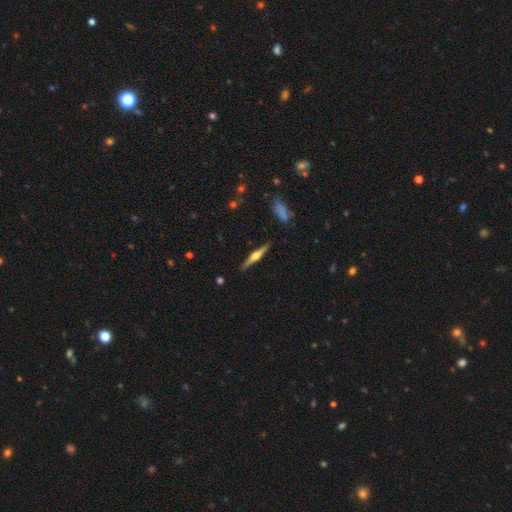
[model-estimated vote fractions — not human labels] This is likely a featured or disk galaxy (71%). It is clearly viewed edge-on (98%). Edge-on bulge: clearly rounded (92%). Merging: clearly none (88%).